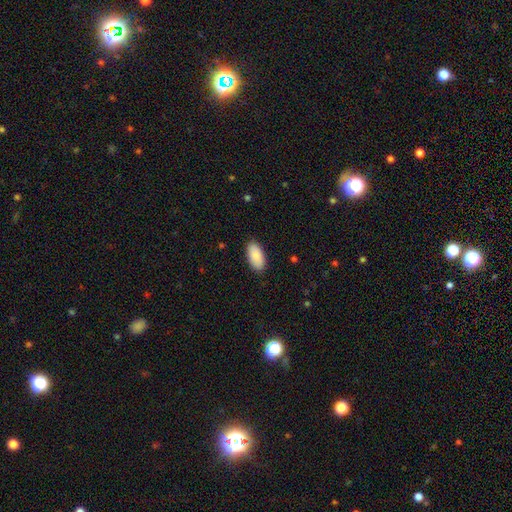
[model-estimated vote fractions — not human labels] smooth_or_featured: smooth (p=0.89) [alt: star or artifact p=0.06]
how_rounded: in between (p=0.95) [alt: cigar-shaped p=0.04]
merging: none (p=0.88) [alt: minor disturbance p=0.09]